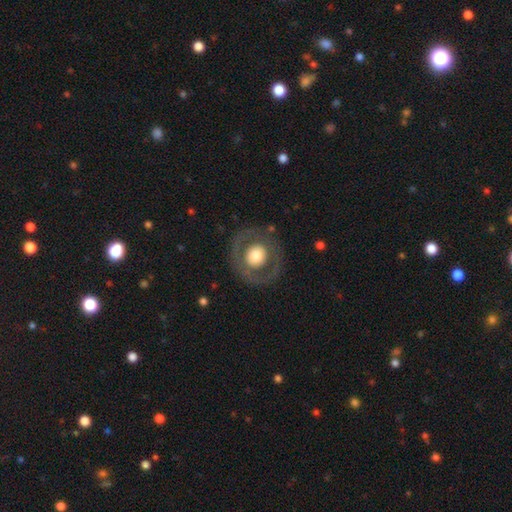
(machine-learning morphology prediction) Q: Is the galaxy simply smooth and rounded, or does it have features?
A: smooth — 50%.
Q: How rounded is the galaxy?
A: round — 89%.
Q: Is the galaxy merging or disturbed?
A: none — 81%.